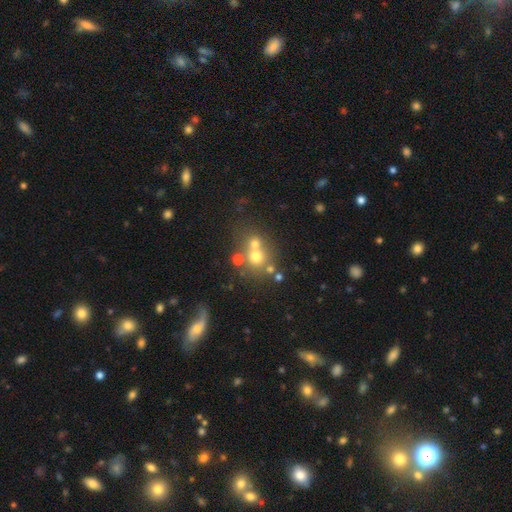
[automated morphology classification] Smooth or featured? Predicted: smooth (p=0.58). How rounded? Predicted: round (p=0.82). Merging? Predicted: merger (p=0.45).